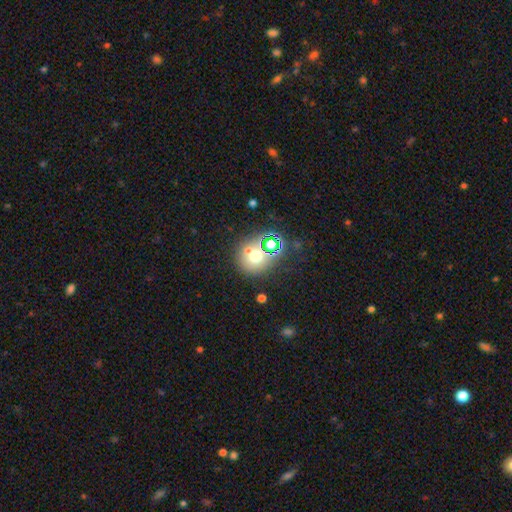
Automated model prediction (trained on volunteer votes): This is possibly a smooth galaxy (59%). How rounded: clearly round (84%). Merging: possibly none (59%).